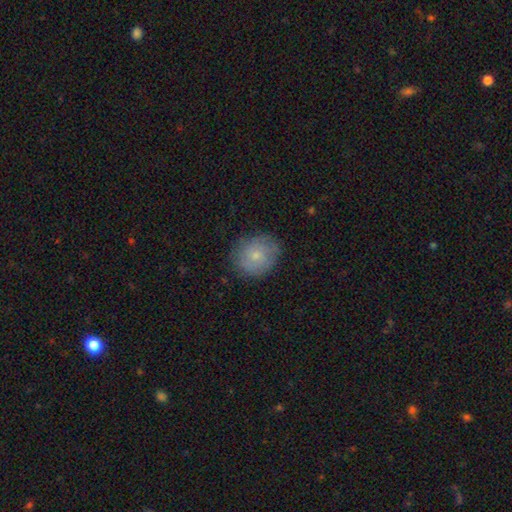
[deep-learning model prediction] A smooth galaxy with no disk features (70%) that is round (75%).

Vote fractions:
- Smooth or featured? smooth: 70% / featured or disk: 22% / star or artifact: 8%
- How rounded? round: 75% / in between: 24% / cigar-shaped: 1%
- Merging? none: 79% / minor disturbance: 16% / major disturbance: 4% / merger: 1%